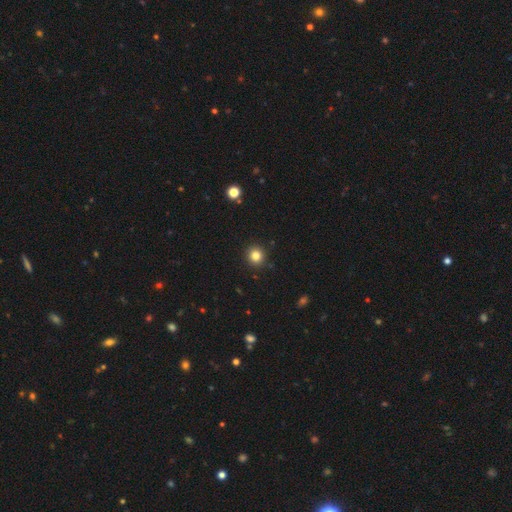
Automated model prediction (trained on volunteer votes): Morphology: type=smooth (83%); roundness=round (93%); merging=none (92%).